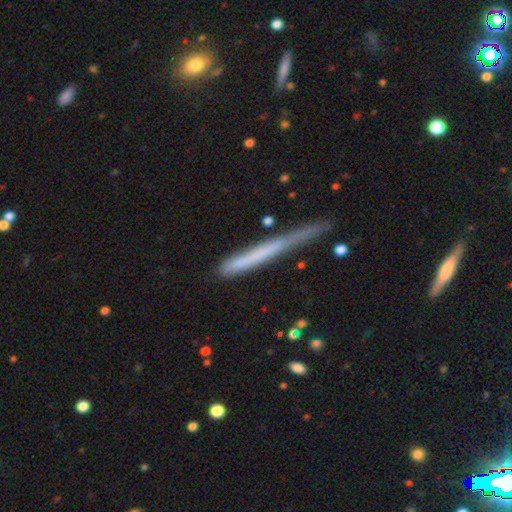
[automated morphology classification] The model was most divided on "smooth or featured": smooth: 51%, featured or disk: 40%, star or artifact: 9%. More confident: how rounded — cigar-shaped (96%); merging — none (65%).